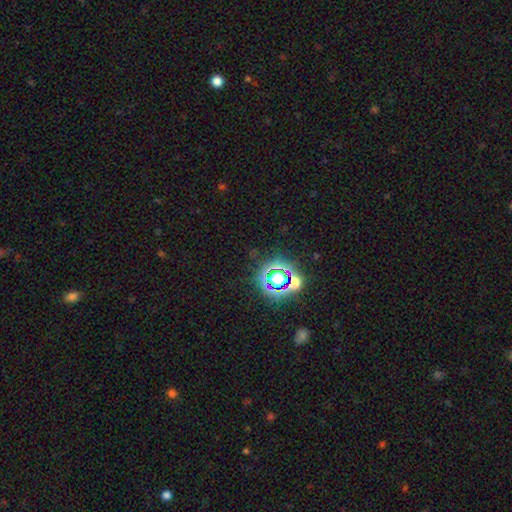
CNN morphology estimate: Smooth or featured: star or artifact — 75% (smooth — 17%)